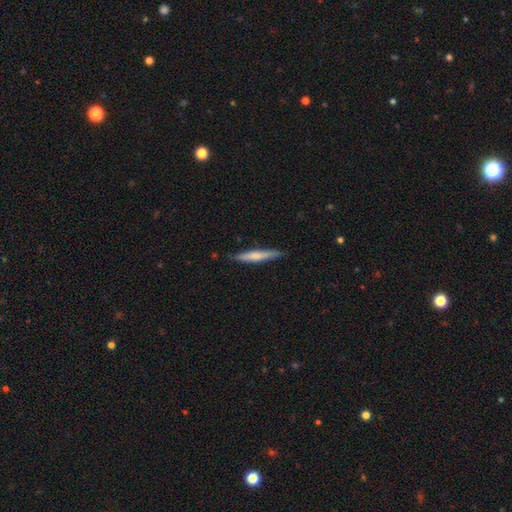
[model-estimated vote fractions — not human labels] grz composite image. It shows a smooth galaxy with no disk features (62%) that is cigar-shaped (93%). Merging: none (86%).